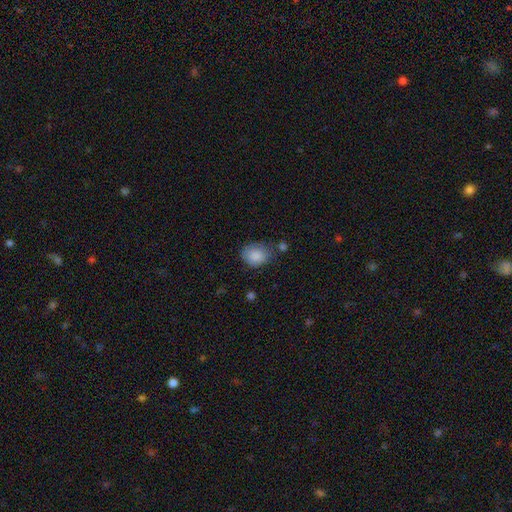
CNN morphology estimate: A smooth galaxy with no disk features (86%) that is in between round and cigar-shaped (54%). Merging: none (59%).